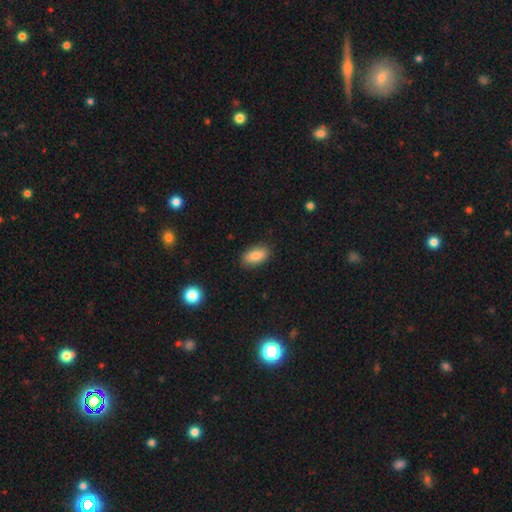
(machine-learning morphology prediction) This appears to be a smooth galaxy with no disk features (85%) that is in between round and cigar-shaped (89%). Merging: none (87%).